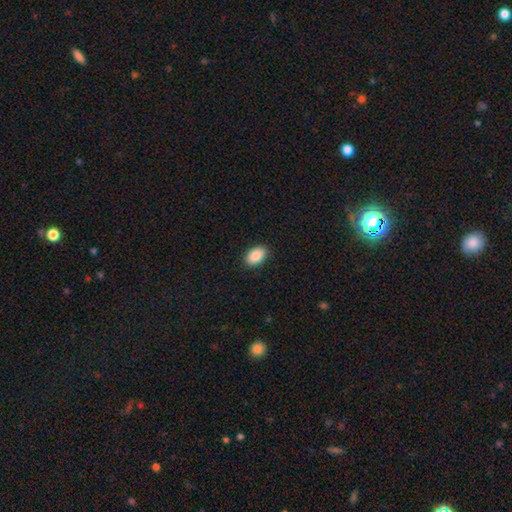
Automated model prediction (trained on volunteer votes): Smooth or featured? Predicted: smooth (p=0.90). How rounded? Predicted: in between (p=0.90). Merging? Predicted: none (p=0.89).